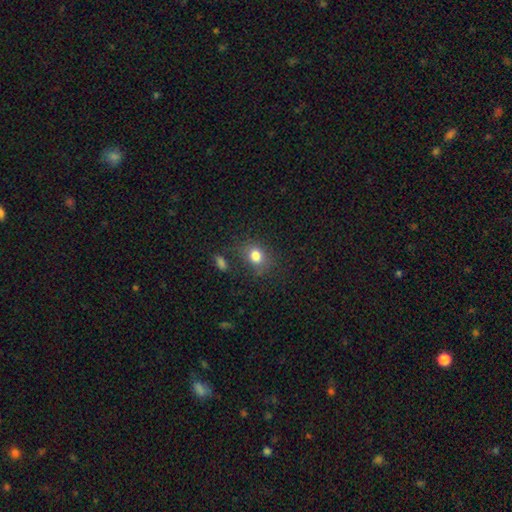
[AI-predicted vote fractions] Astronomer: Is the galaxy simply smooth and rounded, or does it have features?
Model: smooth — 80%.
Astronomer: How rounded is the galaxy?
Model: round — 51% (runner-up: in between, 47%).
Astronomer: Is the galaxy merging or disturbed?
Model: none — 72%.